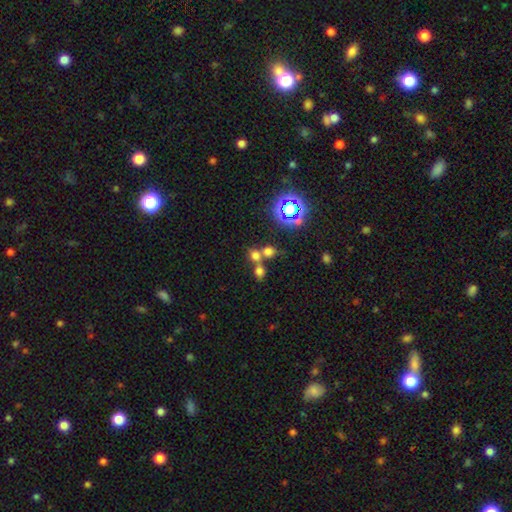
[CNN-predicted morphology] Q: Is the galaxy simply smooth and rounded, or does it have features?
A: smooth — 60%.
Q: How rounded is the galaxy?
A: round — 66%.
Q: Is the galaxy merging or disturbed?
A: merger — 52%.